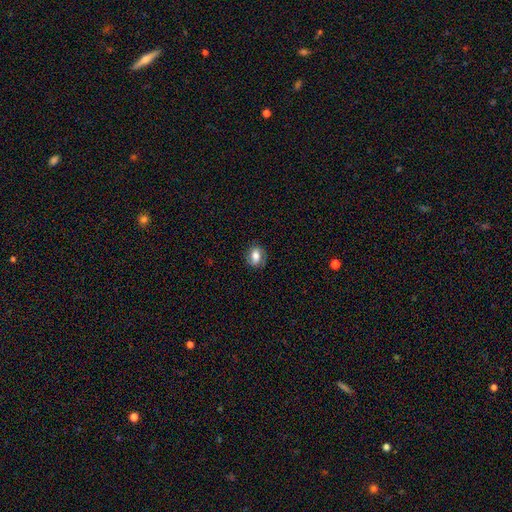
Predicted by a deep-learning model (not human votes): smooth-or-featured: smooth: 63% | featured or disk: 28% | star or artifact: 9%
  how-rounded: in between: 64% | round: 34% | cigar-shaped: 2%
  merging: none: 78% | minor disturbance: 16% | major disturbance: 5% | merger: 1%